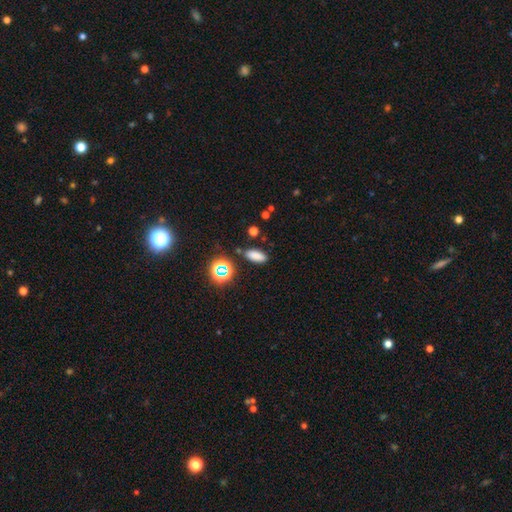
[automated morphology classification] Smooth or featured? Predicted: smooth (p=0.78). How rounded? Predicted: in between (p=0.75). Merging? Predicted: none (p=0.84).